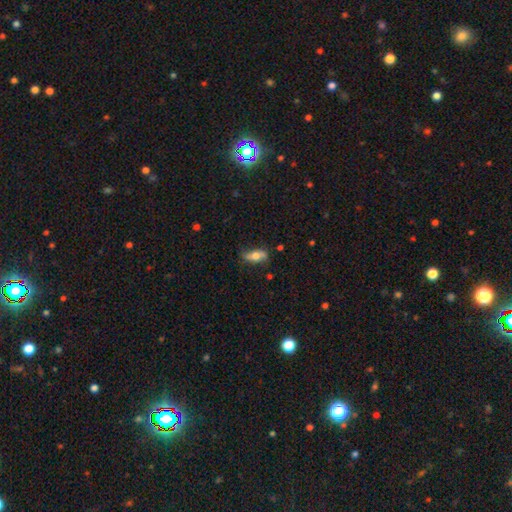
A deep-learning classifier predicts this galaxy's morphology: Smooth or featured? Predicted: smooth (p=0.63). How rounded? Predicted: in between (p=0.76). Merging? Predicted: none (p=0.66).